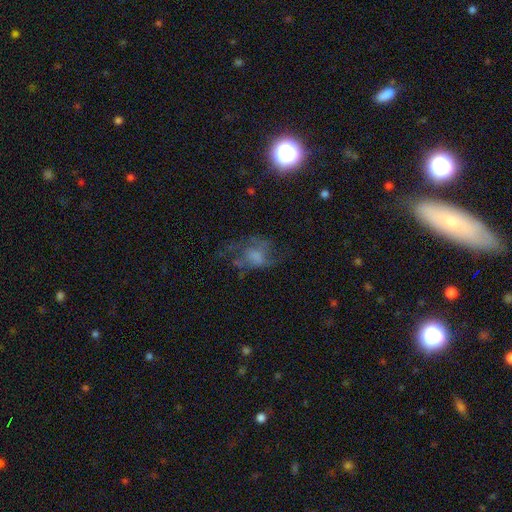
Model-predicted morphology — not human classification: The model was most divided on "smooth or featured": featured or disk: 44%, smooth: 42%, star or artifact: 14%. Remaining: merging — major disturbance (43%).